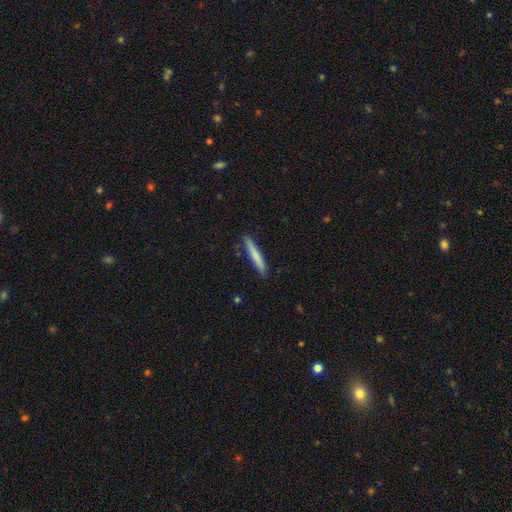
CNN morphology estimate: smooth 72%, featured or disk 23%, star or artifact 5%. Down the decision tree: how rounded — cigar-shaped (95%); merging — none (89%).